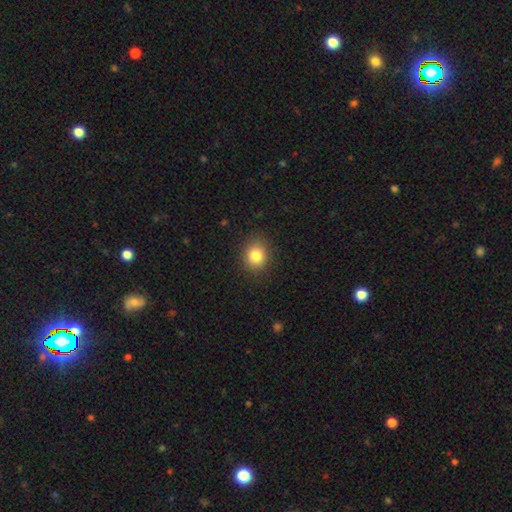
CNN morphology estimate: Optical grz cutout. It shows a smooth galaxy with no disk features (83%) that is round (73%). Merging: none (88%).